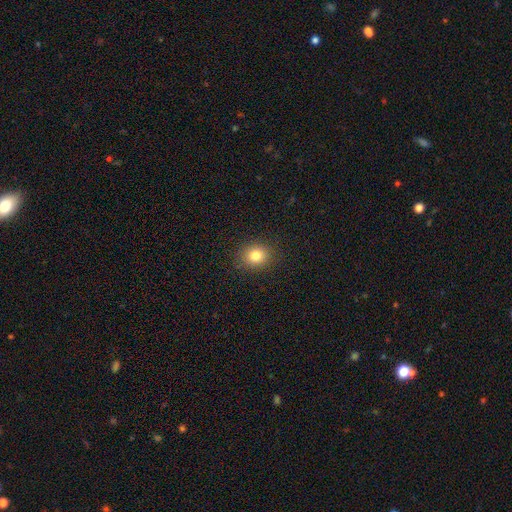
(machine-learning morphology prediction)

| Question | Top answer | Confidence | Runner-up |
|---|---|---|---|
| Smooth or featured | smooth | 82% | star or artifact (11%) |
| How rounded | round | 65% | in between (34%) |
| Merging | none | 89% | minor disturbance (8%) |